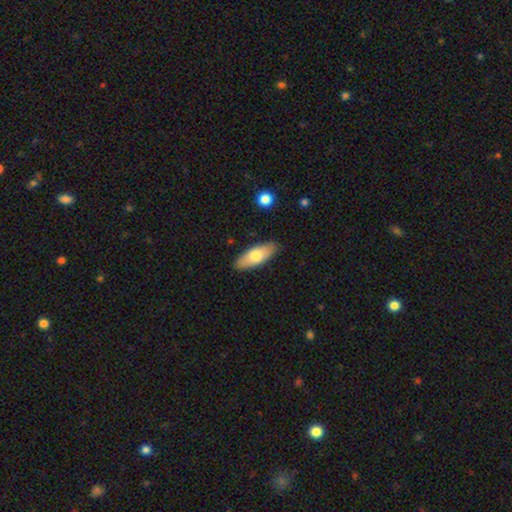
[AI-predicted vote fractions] smooth_or_featured: smooth (p=0.72) [alt: featured or disk p=0.23]
how_rounded: in between (p=0.76) [alt: cigar-shaped p=0.21]
merging: none (p=0.87) [alt: minor disturbance p=0.10]